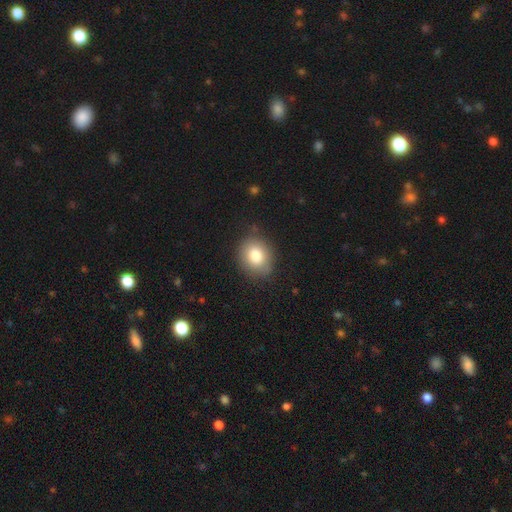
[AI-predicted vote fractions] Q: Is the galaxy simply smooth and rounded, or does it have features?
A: smooth — 82%.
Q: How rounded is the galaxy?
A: round — 61%.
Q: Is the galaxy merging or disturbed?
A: none — 81%.